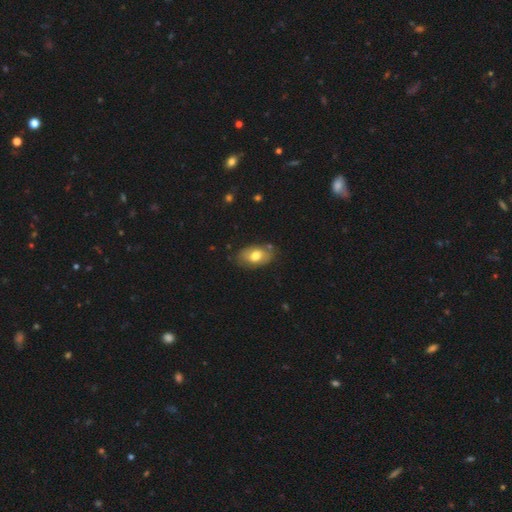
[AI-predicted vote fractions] A smooth galaxy with no disk features (72%) that is in between round and cigar-shaped (90%).

Vote fractions:
- Smooth or featured? smooth: 72% / featured or disk: 21% / star or artifact: 7%
- How rounded? in between: 90% / round: 8% / cigar-shaped: 2%
- Merging? none: 79% / minor disturbance: 15% / major disturbance: 3% / merger: 3%